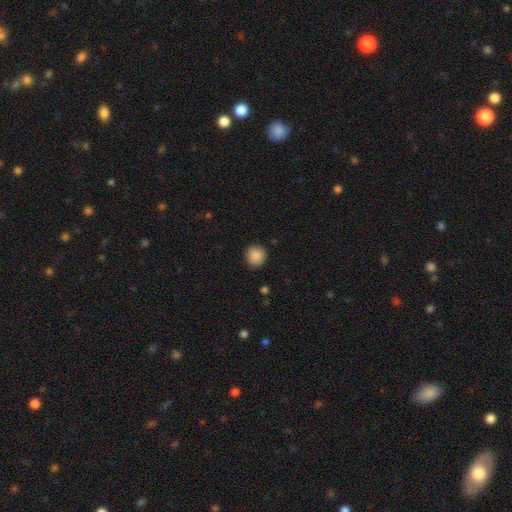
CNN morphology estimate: The model was most divided on "how rounded": round: 89%, in between: 10%, cigar-shaped: 1%. More confident: smooth or featured — smooth (88%); merging — none (88%).